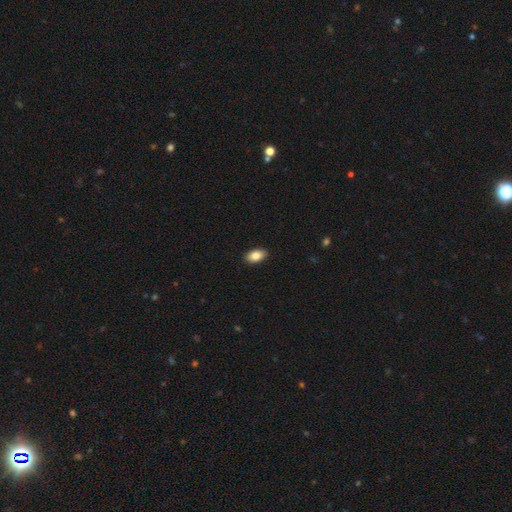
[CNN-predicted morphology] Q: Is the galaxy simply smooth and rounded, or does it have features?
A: smooth — 86%.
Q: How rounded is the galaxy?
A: in between — 92%.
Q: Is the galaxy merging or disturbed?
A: none — 90%.